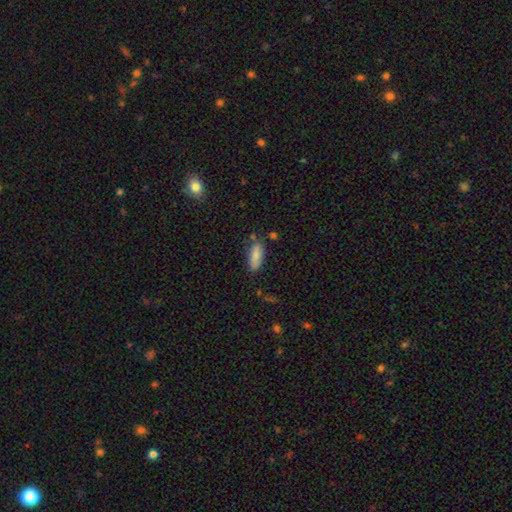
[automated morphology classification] Overall: smooth (84%). How rounded: in between (72%). Merging: none (71%).